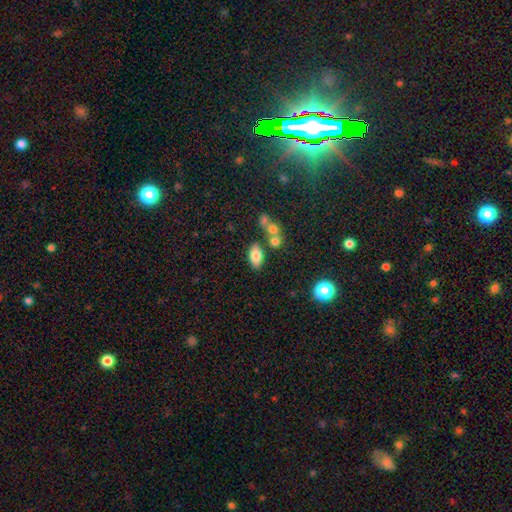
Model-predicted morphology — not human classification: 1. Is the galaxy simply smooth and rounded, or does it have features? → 78% smooth, 13% featured or disk, 9% star or artifact.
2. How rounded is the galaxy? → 91% in between, 6% round, 3% cigar-shaped.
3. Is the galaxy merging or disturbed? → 71% none, 14% merger, 11% minor disturbance, 3% major disturbance.